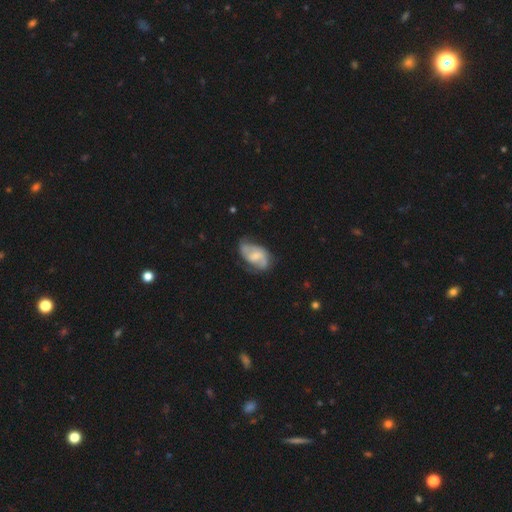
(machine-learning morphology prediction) A featured or disk galaxy (62%) with a weak bar (48%), 2 (77%) medium (46%) spiral arms (85%) and a moderate central bulge (32%).

Vote fractions:
- Smooth or featured? featured or disk: 62% / smooth: 31% / star or artifact: 7%
- Edge-on disk? no: 96% / yes: 4%
- Bar? weak: 48% / no: 37% / strong: 16%
- Spiral arms? yes: 85% / no: 15%
- Spiral winding? medium: 46% / loose: 33% / tight: 22%
- Spiral arm count? 2: 77% / can't tell: 13% / 1: 5% / 3: 3% / 4: 1% / more than 4: 1%
- Bulge size? moderate: 32% / small: 30% / none: 28% / large: 9% / dominant: 2%
- Merging? none: 50% / minor disturbance: 31% / major disturbance: 16% / merger: 3%